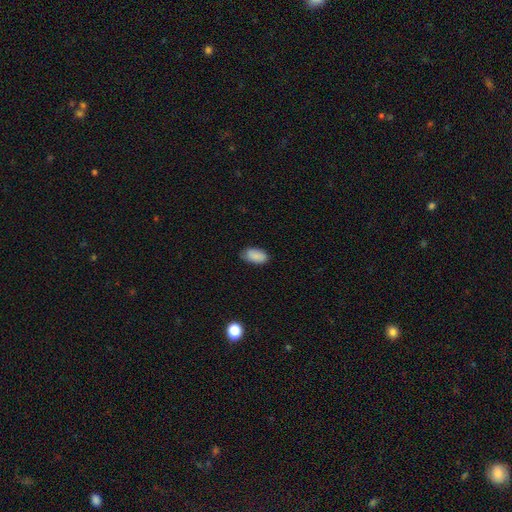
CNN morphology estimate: Overall: smooth (87%). How rounded: in between (94%). Merging: none (77%).